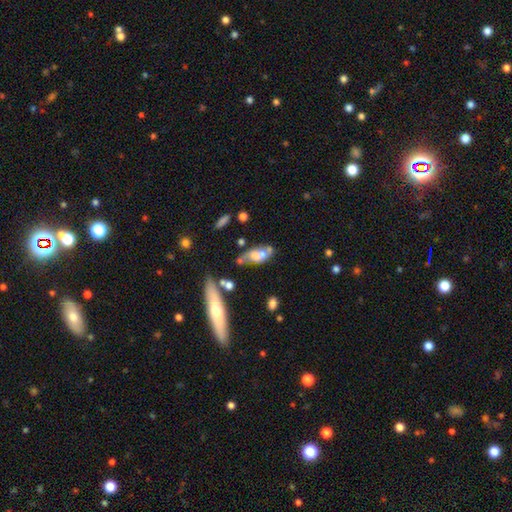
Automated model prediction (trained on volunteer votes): A smooth galaxy with no disk features (47%). Merging: none (37%).